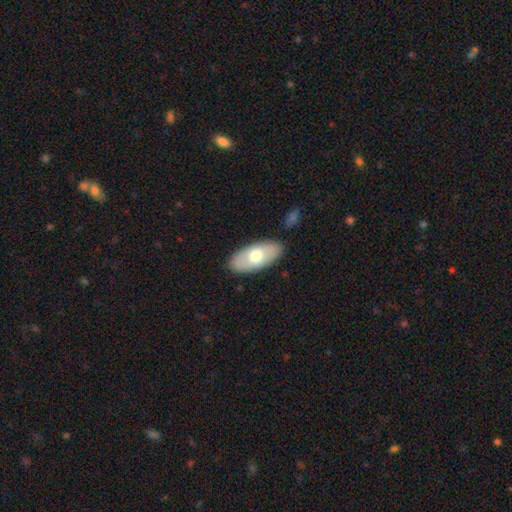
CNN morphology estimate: The model was most divided on "smooth or featured": smooth: 63%, featured or disk: 31%, star or artifact: 6%. More confident: how rounded — in between (91%); merging — none (87%).